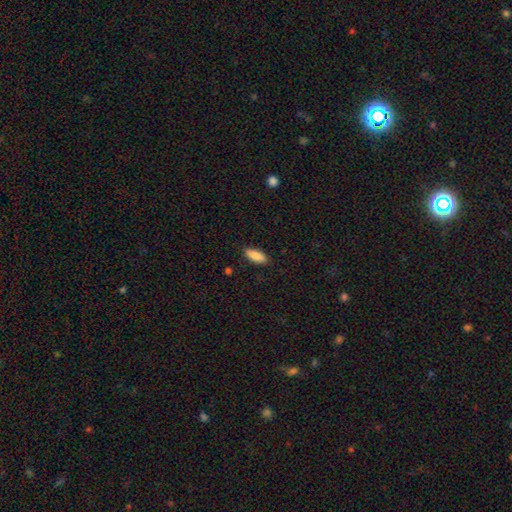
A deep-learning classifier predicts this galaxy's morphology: Smooth or featured? smooth (89%)
How rounded? in between (79%)
Merging? none (86%)